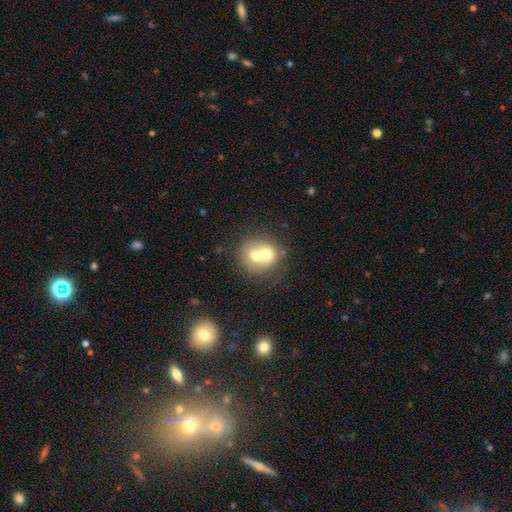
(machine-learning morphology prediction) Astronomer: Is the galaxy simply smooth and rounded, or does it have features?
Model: smooth — 63%.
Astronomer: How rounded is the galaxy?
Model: round — 80%.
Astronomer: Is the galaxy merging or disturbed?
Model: merger — 68%.